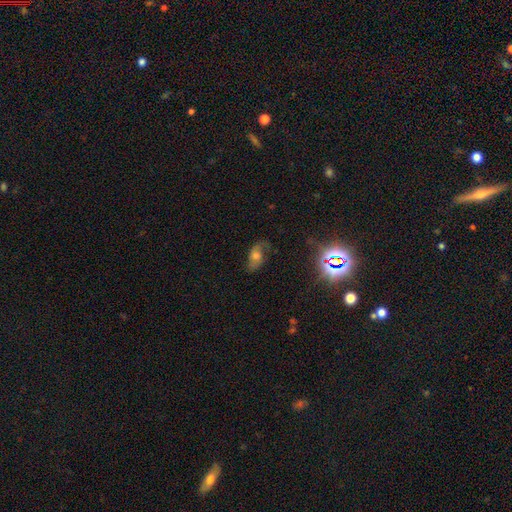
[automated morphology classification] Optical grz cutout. It shows a featured or disk galaxy (52%). Merging: none (63%).